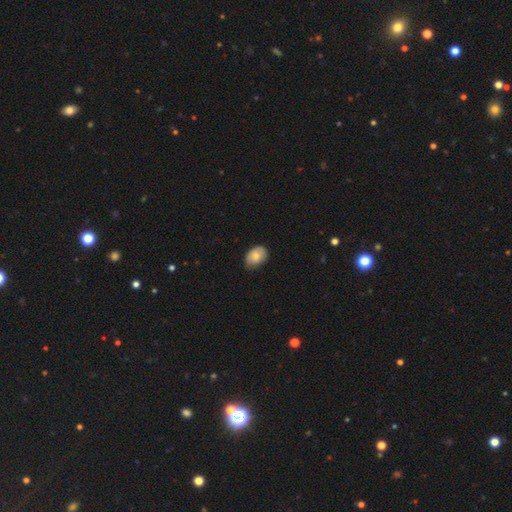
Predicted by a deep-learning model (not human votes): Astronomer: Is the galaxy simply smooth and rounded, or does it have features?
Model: smooth — 78%.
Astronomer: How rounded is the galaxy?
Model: in between — 80%.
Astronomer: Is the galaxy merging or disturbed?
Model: none — 66%.